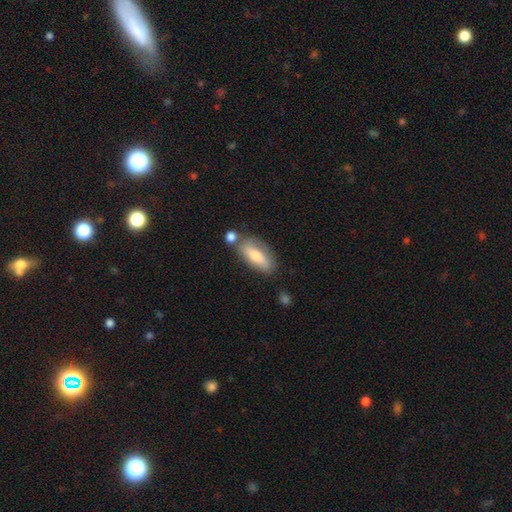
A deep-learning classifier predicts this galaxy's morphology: Smooth or featured? smooth (63%)
How rounded? in between (76%)
Merging? none (67%)